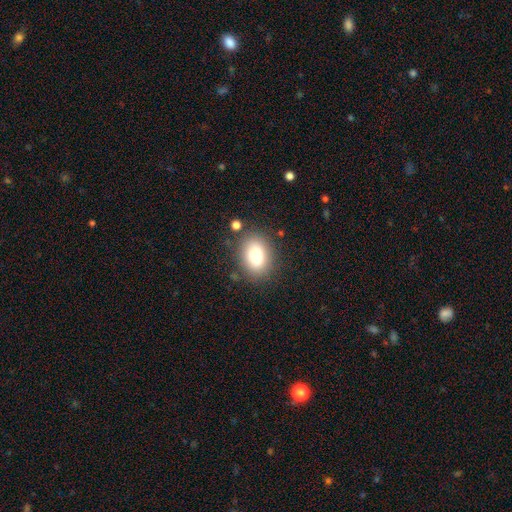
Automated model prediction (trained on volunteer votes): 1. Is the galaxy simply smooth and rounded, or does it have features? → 83% smooth, 9% star or artifact, 8% featured or disk.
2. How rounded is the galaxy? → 76% in between, 23% round, 1% cigar-shaped.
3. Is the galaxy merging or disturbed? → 82% none, 11% minor disturbance, 4% major disturbance, 3% merger.